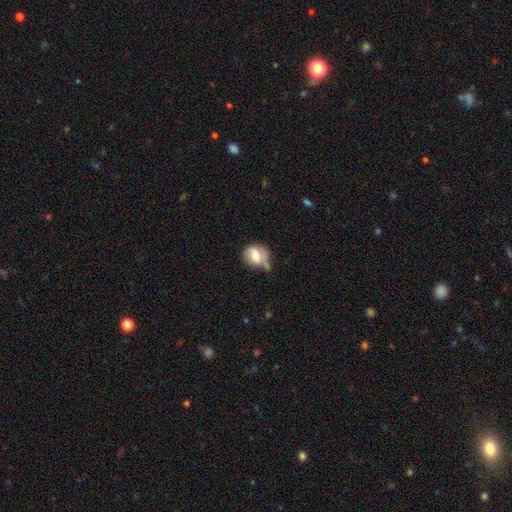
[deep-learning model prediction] Smooth or featured? Predicted: smooth (p=0.60). How rounded? Predicted: round (p=0.70). Merging? Predicted: none (p=0.50).